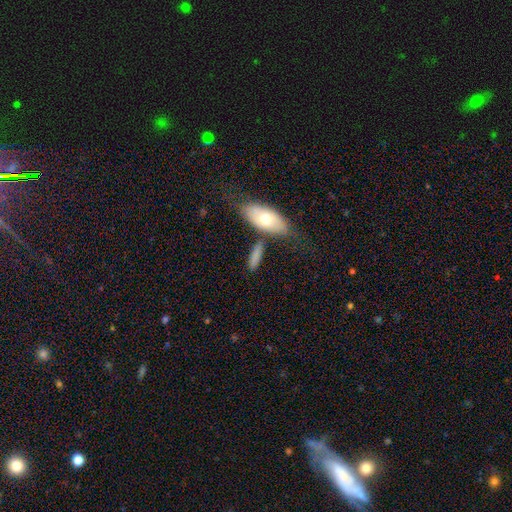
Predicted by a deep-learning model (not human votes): smooth 75%, featured or disk 18%, star or artifact 6%. Down the decision tree: how rounded — in between (53%); merging — none (63%).